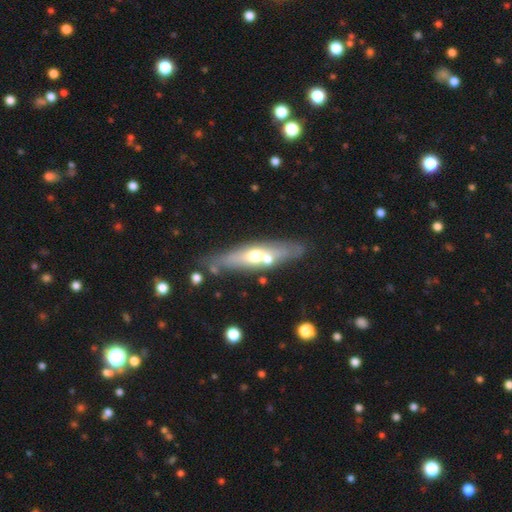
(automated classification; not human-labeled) This appears to be a featured or disk galaxy (53%) viewed edge-on (63%). Merging: none (64%).